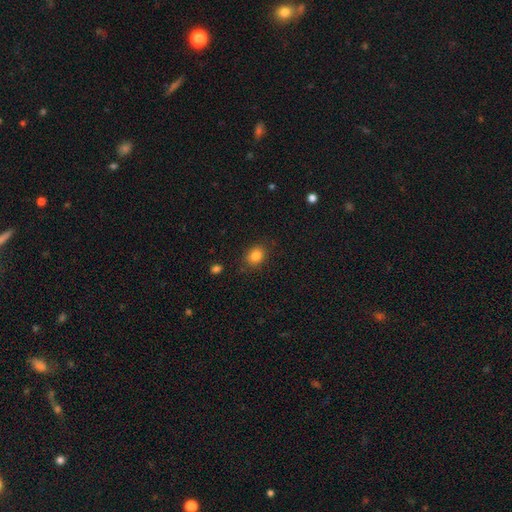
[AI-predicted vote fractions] Smooth or featured: smooth — 83% (star or artifact — 11%)
How rounded: round — 50% (in between — 49%)
Merging: none — 85% (minor disturbance — 11%)